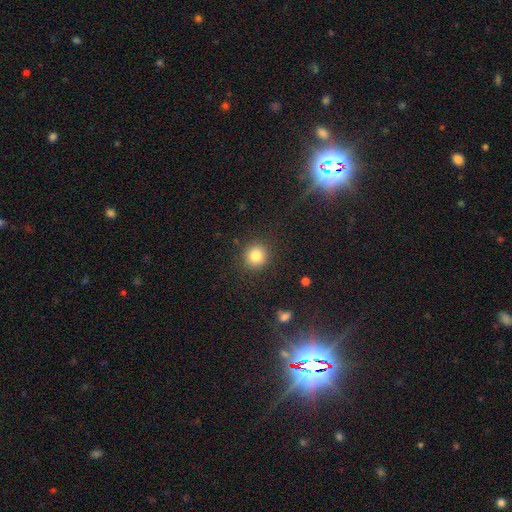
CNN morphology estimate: This appears to be a smooth galaxy with no disk features (83%) that is round (90%). Merging: none (89%).